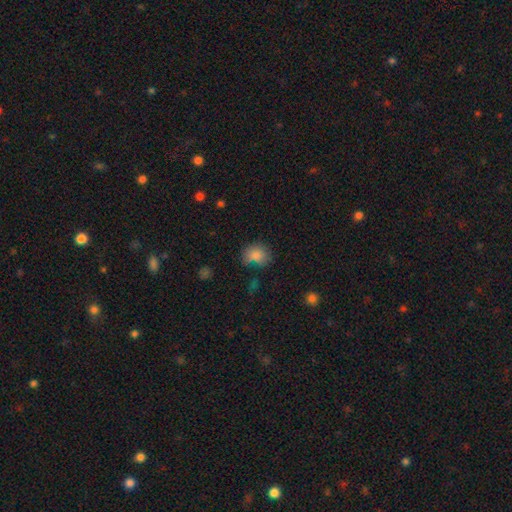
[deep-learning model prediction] A smooth galaxy with no disk features (83%) that is round (63%).

Vote fractions:
- Smooth or featured? smooth: 83% / star or artifact: 10% / featured or disk: 7%
- How rounded? round: 63% / in between: 36% / cigar-shaped: 1%
- Merging? none: 64% / minor disturbance: 21% / merger: 7% / major disturbance: 7%